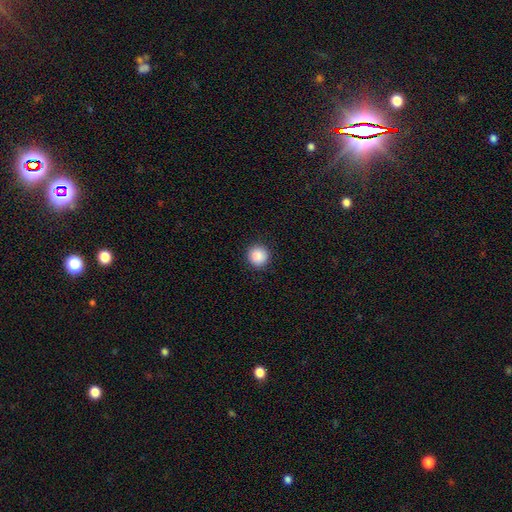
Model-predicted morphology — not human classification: This is clearly a smooth galaxy (89%). How rounded: clearly round (95%). Merging: clearly none (92%).